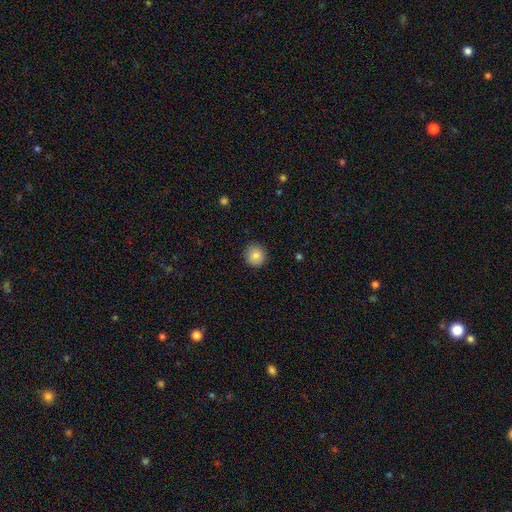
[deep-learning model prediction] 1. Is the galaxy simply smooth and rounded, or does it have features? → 85% smooth, 9% star or artifact, 6% featured or disk.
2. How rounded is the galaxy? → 92% round, 7% in between, 1% cigar-shaped.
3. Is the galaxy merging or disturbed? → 90% none, 7% minor disturbance, 2% major disturbance, 1% merger.